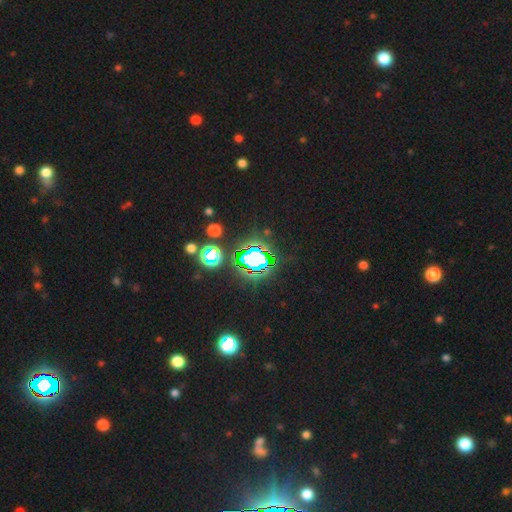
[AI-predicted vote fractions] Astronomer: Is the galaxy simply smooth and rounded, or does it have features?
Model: star or artifact — 73%.